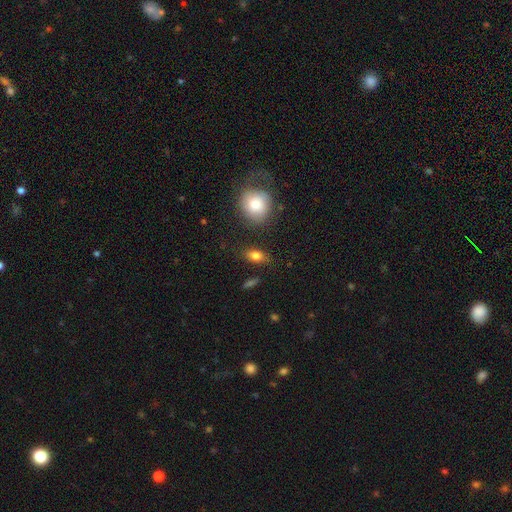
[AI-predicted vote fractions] A smooth galaxy with no disk features (81%) that is in between round and cigar-shaped (82%).

Vote fractions:
- Smooth or featured? smooth: 81% / featured or disk: 10% / star or artifact: 9%
- How rounded? in between: 82% / round: 11% / cigar-shaped: 7%
- Merging? none: 82% / minor disturbance: 12% / major disturbance: 3% / merger: 3%